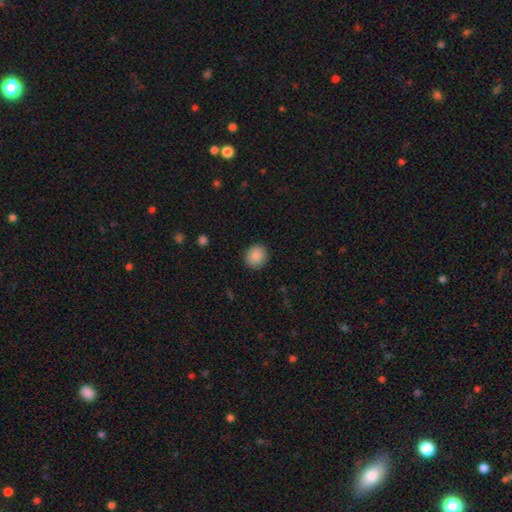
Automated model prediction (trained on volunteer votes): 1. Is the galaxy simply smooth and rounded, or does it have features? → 89% smooth, 8% star or artifact, 3% featured or disk.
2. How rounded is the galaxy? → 87% round, 12% in between, 1% cigar-shaped.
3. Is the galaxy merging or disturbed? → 90% none, 7% minor disturbance, 2% major disturbance, 1% merger.